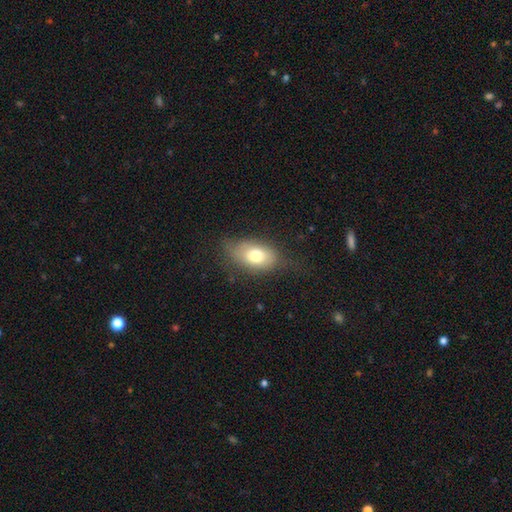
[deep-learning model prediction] Overall: smooth (73%). How rounded: in between (85%). Merging: none (63%; minor disturbance 26%).